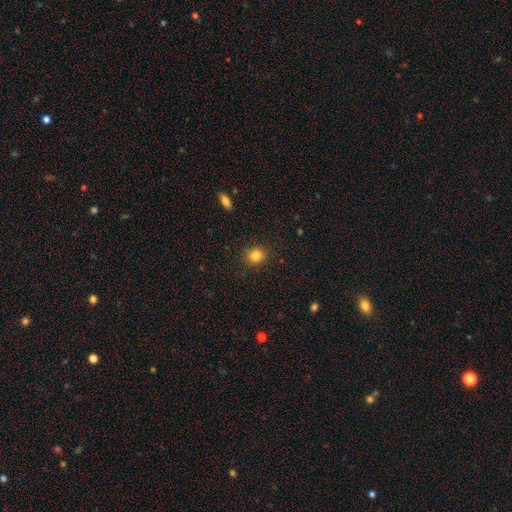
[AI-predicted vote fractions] This appears to be a smooth galaxy with no disk features (83%) that is round (81%). Merging: none (89%).